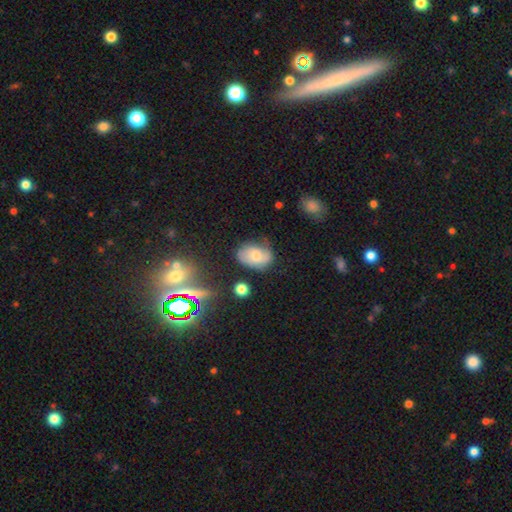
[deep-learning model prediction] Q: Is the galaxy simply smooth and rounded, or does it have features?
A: smooth — 56%.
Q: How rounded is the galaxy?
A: in between — 78%.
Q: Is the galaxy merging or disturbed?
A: none — 52%.